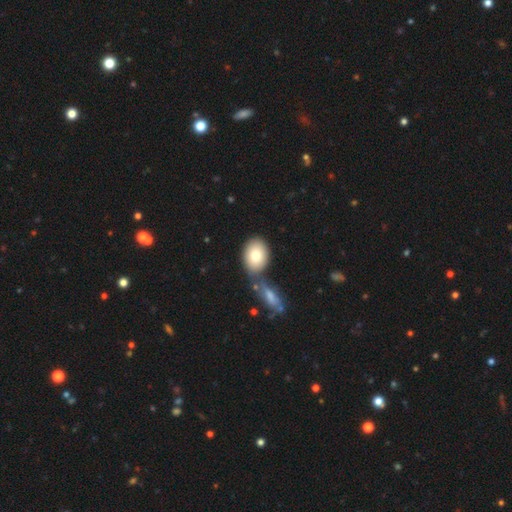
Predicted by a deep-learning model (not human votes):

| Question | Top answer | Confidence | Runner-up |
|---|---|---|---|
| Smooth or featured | smooth | 80% | featured or disk (13%) |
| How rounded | in between | 75% | round (23%) |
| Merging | none | 56% | merger (28%) |